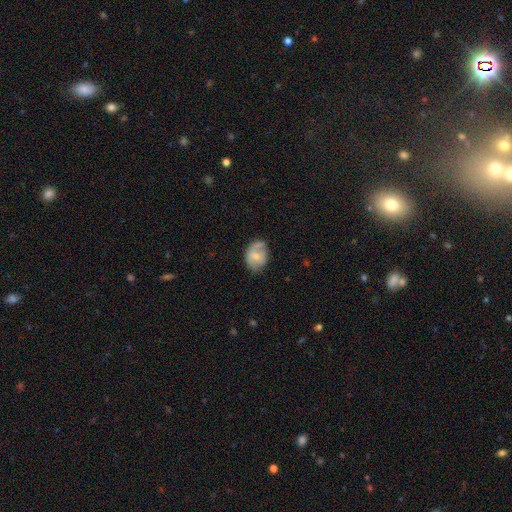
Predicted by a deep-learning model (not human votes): This is possibly a smooth galaxy (57%). How rounded: likely in between (63%). Merging: possibly none (48%).